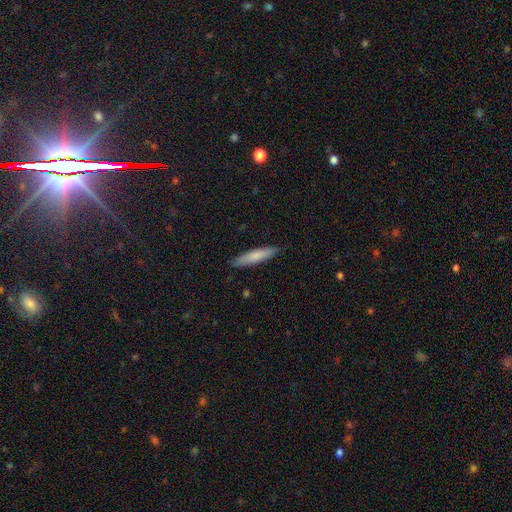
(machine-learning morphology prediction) Q: Smooth or featured?
A: smooth (77%); runner-up: featured or disk (17%)
Q: How rounded?
A: cigar-shaped (86%); runner-up: in between (13%)
Q: Merging?
A: none (89%); runner-up: minor disturbance (8%)